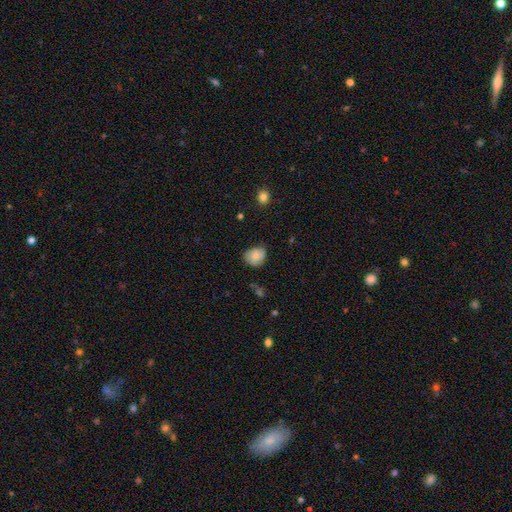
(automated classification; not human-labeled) A smooth galaxy with no disk features (75%) that is round (59%). Merging: none (60%).